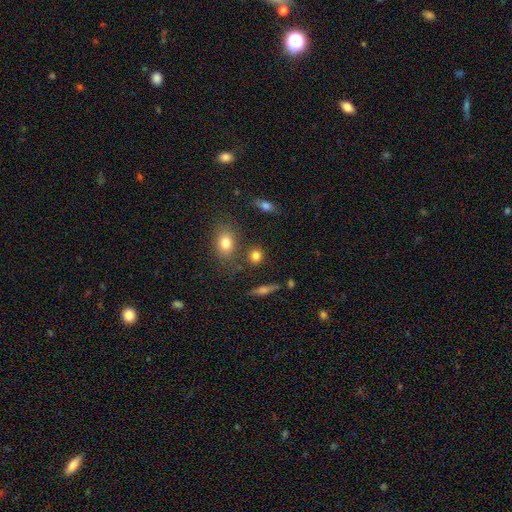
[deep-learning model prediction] Q: Smooth or featured?
A: smooth (80%); runner-up: star or artifact (11%)
Q: How rounded?
A: round (72%); runner-up: in between (25%)
Q: Merging?
A: none (77%); runner-up: minor disturbance (10%)